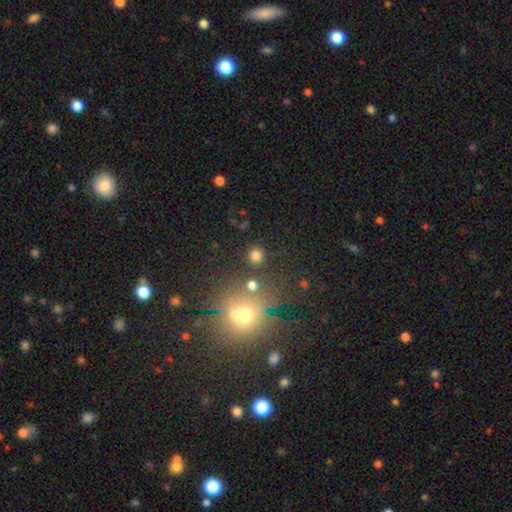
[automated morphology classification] smooth-or-featured: smooth: 77% | star or artifact: 17% | featured or disk: 6%
  how-rounded: round: 91% | in between: 8% | cigar-shaped: 1%
  merging: none: 82% | merger: 7% | minor disturbance: 7% | major disturbance: 4%